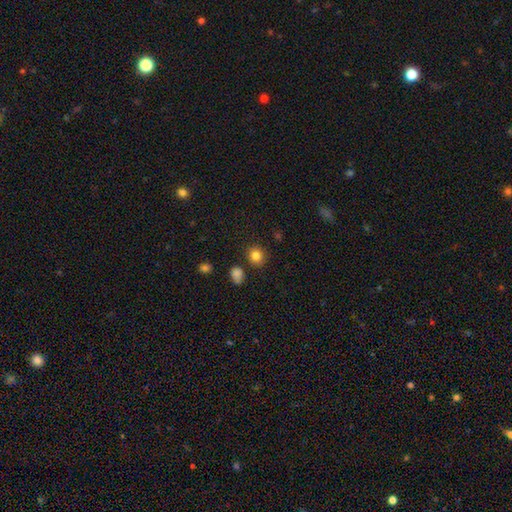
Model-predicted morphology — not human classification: Smooth or featured? Predicted: smooth (p=0.83). How rounded? Predicted: round (p=0.83). Merging? Predicted: none (p=0.85).